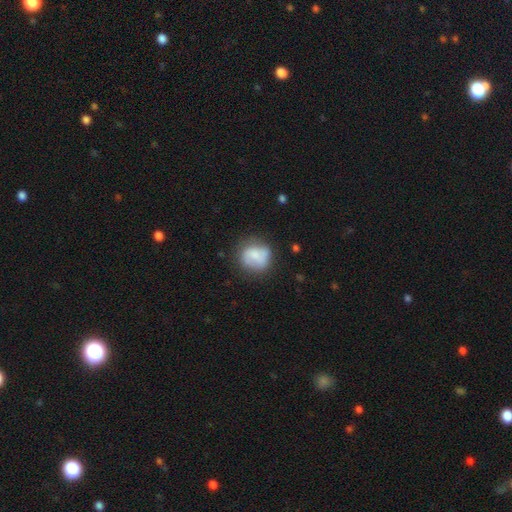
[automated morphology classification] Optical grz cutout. It shows a smooth galaxy with no disk features (67%) that is round (78%). Merging: none (56%).